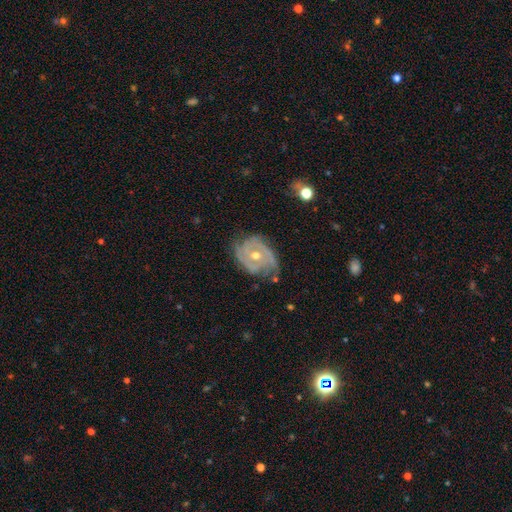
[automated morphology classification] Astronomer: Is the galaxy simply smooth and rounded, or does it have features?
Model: featured or disk — 86%.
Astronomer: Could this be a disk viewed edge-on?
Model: no — 97%.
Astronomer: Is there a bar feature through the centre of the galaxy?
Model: no — 72%.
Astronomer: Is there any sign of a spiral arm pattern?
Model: yes — 93%.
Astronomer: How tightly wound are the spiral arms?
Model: tight — 62%.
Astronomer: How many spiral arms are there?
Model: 2 — 33% (runner-up: 3, 30%).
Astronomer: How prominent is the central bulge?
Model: moderate — 63%.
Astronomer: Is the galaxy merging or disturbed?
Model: none — 65%.